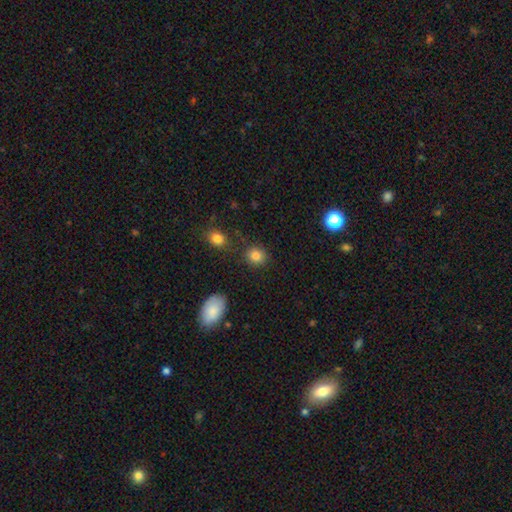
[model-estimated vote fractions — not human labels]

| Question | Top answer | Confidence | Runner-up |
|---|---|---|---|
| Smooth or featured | smooth | 85% | star or artifact (10%) |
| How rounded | round | 79% | in between (20%) |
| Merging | none | 83% | minor disturbance (9%) |